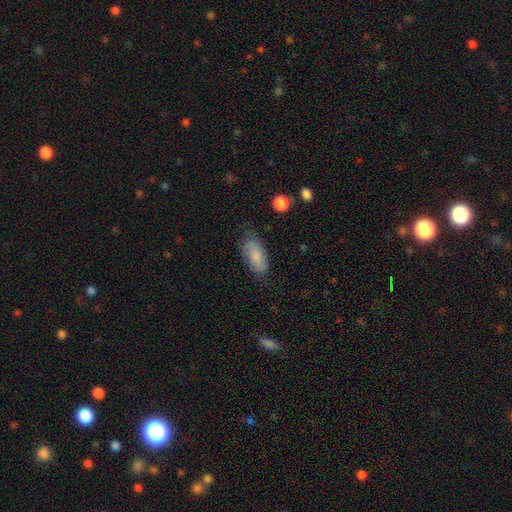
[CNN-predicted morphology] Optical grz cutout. It shows a smooth galaxy with no disk features (77%) that is in between round and cigar-shaped (90%). Merging: none (71%).